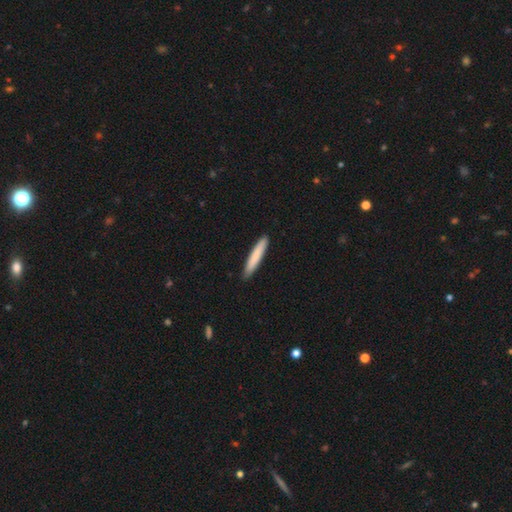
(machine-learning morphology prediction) This is clearly a smooth galaxy (82%). How rounded: clearly cigar-shaped (94%). Merging: clearly none (90%).